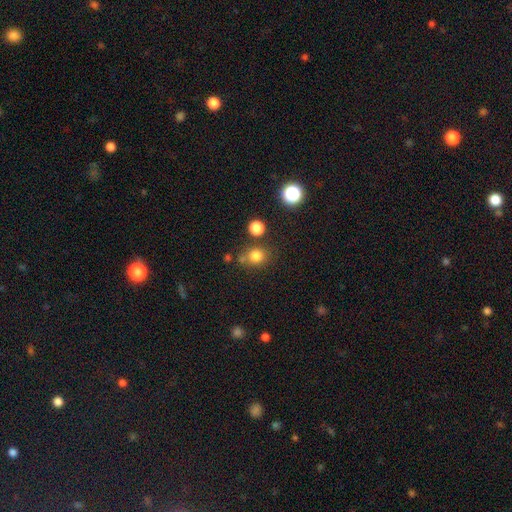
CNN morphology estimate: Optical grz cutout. It shows a smooth galaxy with no disk features (79%) that is round (77%). Merging: none (69%).